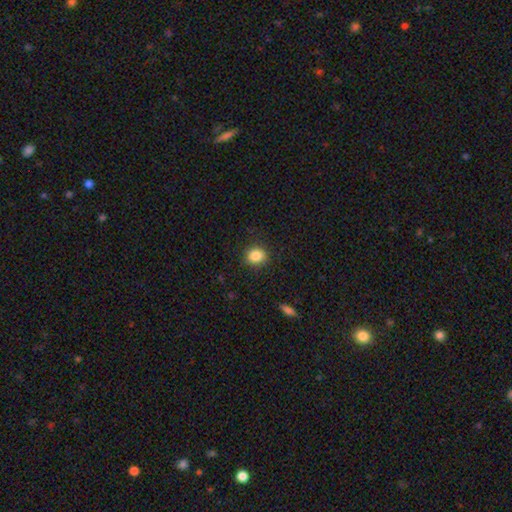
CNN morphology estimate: The model was most divided on "how rounded": round: 64%, in between: 35%, cigar-shaped: 1%. More confident: merging — none (87%); smooth or featured — smooth (86%).